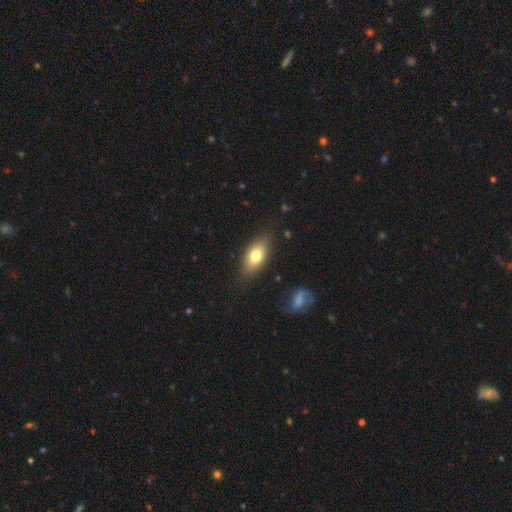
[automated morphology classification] Overall: smooth (74%). How rounded: in between (86%). Merging: none (82%).